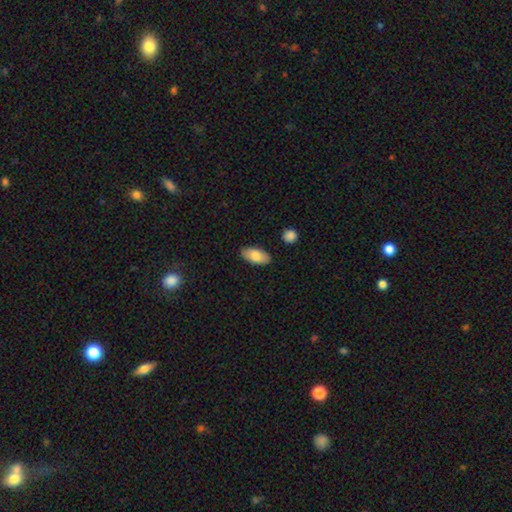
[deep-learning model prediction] Smooth or featured? smooth (80%)
How rounded? in between (92%)
Merging? none (86%)